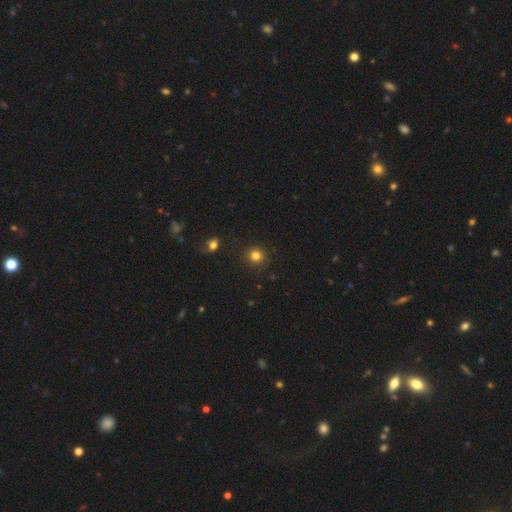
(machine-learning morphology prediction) The model was most divided on "smooth or featured": smooth: 81%, star or artifact: 14%, featured or disk: 5%. More confident: how rounded — round (91%); merging — none (90%).